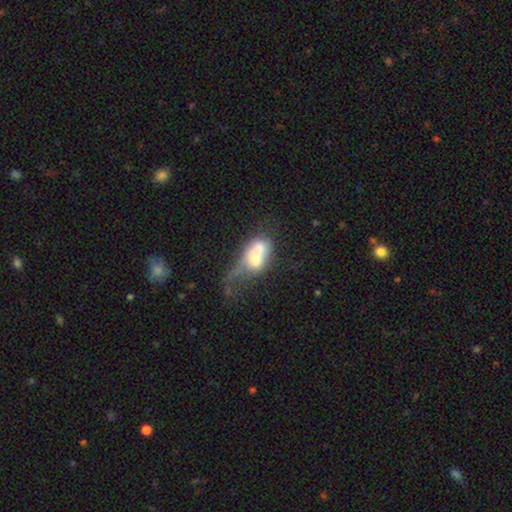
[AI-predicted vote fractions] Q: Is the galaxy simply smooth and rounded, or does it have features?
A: smooth — 54%.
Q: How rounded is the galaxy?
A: in between — 81%.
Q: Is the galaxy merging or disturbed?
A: merger — 43%.